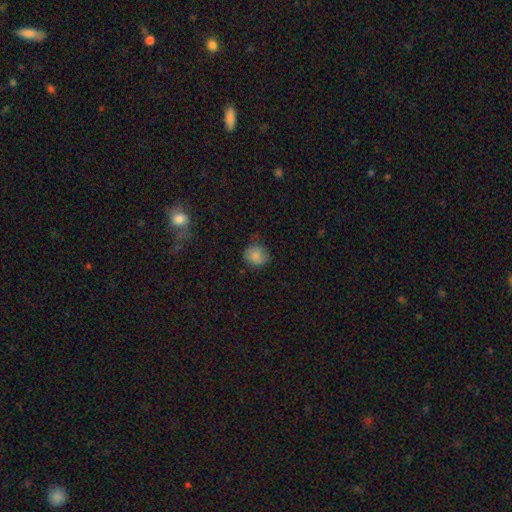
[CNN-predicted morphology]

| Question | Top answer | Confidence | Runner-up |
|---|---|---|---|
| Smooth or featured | smooth | 83% | star or artifact (9%) |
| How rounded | round | 81% | in between (18%) |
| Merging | none | 70% | minor disturbance (23%) |